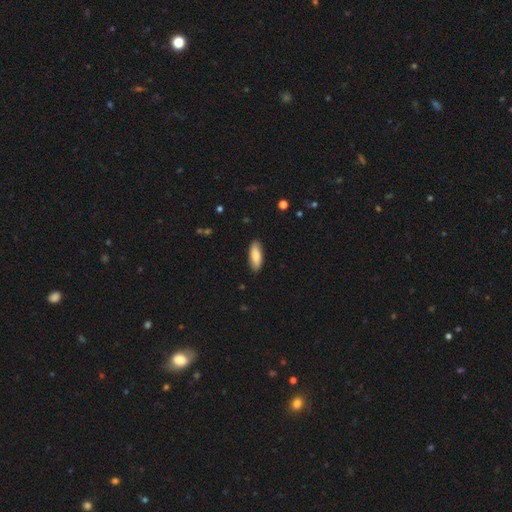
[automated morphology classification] Smooth or featured? Predicted: smooth (p=0.79). How rounded? Predicted: in between (p=0.70). Merging? Predicted: none (p=0.88).